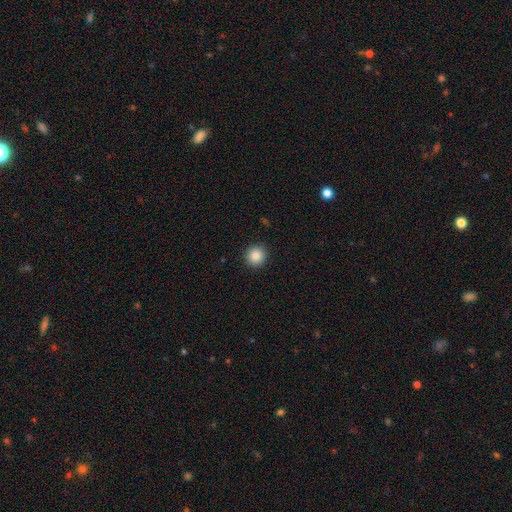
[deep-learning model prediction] Smooth or featured?
  - smooth: 87% *
  - star or artifact: 10%
  - featured or disk: 4%
How rounded?
  - round: 94% *
  - in between: 6%
  - cigar-shaped: 1%
Merging?
  - none: 92% *
  - minor disturbance: 6%
  - major disturbance: 2%
  - merger: 1%